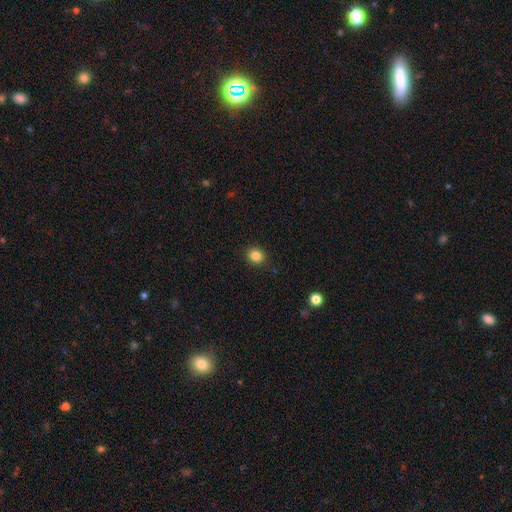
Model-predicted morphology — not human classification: smooth 84%, star or artifact 11%, featured or disk 5%. Down the decision tree: how rounded — round (79%); merging — none (90%).